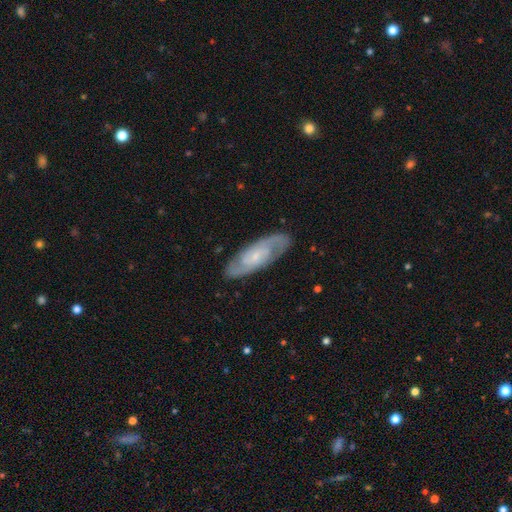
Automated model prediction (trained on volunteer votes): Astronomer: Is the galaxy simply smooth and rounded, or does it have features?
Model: featured or disk — 81%.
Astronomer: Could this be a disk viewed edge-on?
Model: no — 90%.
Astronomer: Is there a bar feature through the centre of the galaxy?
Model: no — 59%.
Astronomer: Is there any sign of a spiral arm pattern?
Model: yes — 95%.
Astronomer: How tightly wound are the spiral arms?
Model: tight — 49% (runner-up: medium, 42%).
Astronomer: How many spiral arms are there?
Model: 2 — 80%.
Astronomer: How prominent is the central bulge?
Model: small — 71%.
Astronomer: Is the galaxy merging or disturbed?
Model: none — 85%.